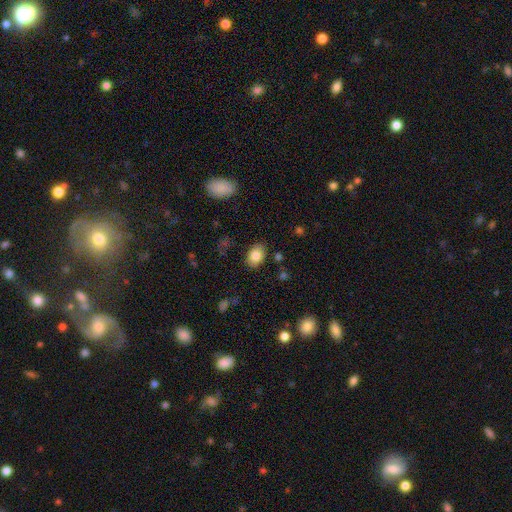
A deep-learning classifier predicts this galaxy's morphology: smooth_or_featured: smooth (p=0.84) [alt: star or artifact p=0.08]
how_rounded: in between (p=0.80) [alt: round p=0.19]
merging: none (p=0.84) [alt: minor disturbance p=0.11]